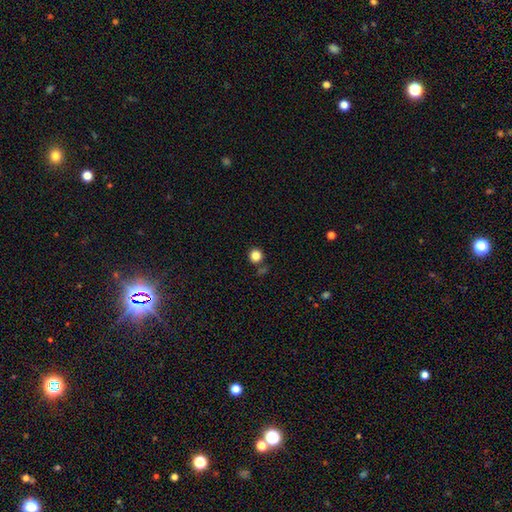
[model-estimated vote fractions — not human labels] Smooth or featured? Predicted: smooth (p=0.85). How rounded? Predicted: round (p=0.94). Merging? Predicted: none (p=0.81).